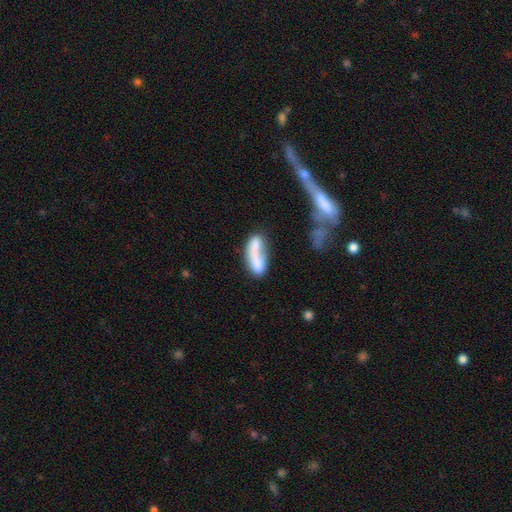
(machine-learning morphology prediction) A smooth galaxy with no disk features (60%) that is in between round and cigar-shaped (64%). Merging: merger (40%).